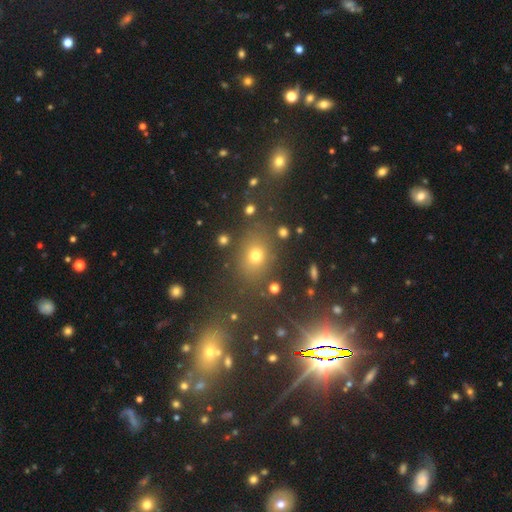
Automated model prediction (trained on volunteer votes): Smooth or featured?
  - smooth: 68% *
  - star or artifact: 22%
  - featured or disk: 10%
How rounded?
  - round: 53% *
  - in between: 45%
  - cigar-shaped: 2%
Merging?
  - none: 76% *
  - minor disturbance: 11%
  - merger: 6%
  - major disturbance: 6%